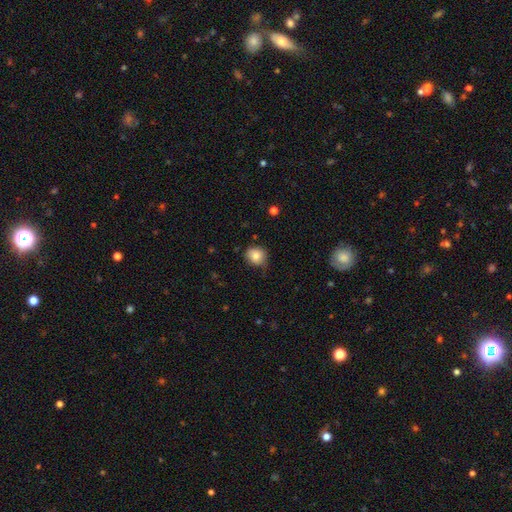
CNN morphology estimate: A smooth galaxy with no disk features (83%) that is round (77%). Merging: none (71%).